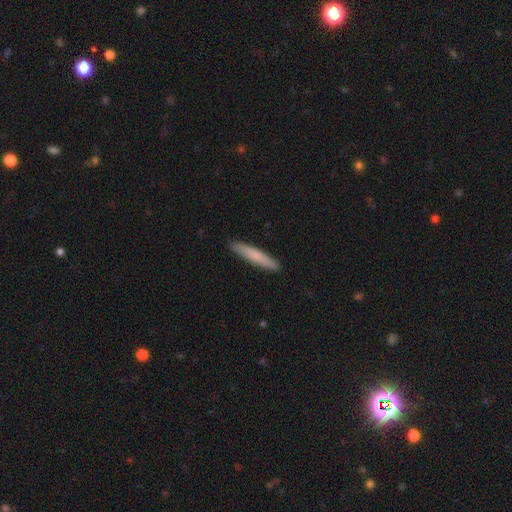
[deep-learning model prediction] smooth_or_featured: smooth (p=0.77) [alt: featured or disk p=0.18]
how_rounded: cigar-shaped (p=0.93) [alt: in between p=0.05]
merging: none (p=0.91) [alt: minor disturbance p=0.06]